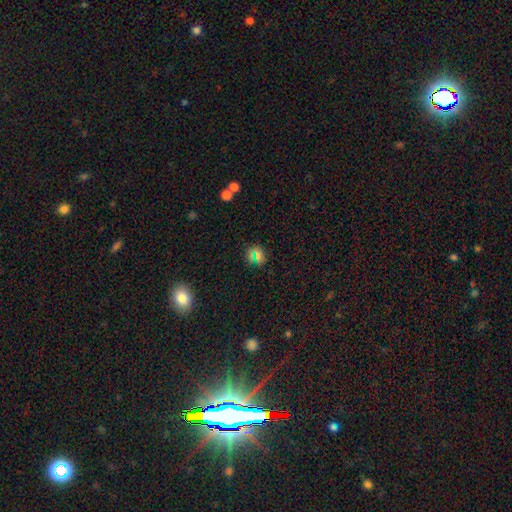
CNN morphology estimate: This appears to be a smooth galaxy with no disk features (62%) that is round (71%). Merging: none (81%).